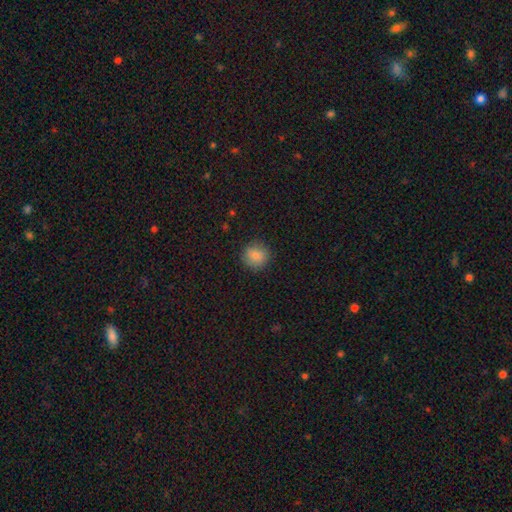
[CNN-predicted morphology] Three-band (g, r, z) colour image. It shows a smooth galaxy with no disk features (83%) that is round (91%). Merging: none (87%).